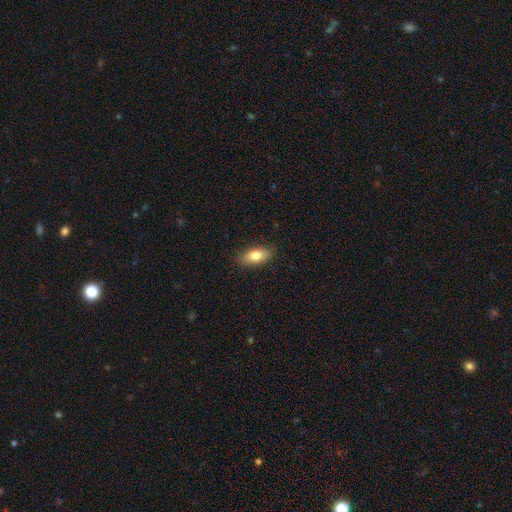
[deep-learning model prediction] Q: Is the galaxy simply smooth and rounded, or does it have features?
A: smooth — 80%.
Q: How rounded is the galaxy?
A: in between — 86%.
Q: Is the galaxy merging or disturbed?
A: none — 87%.